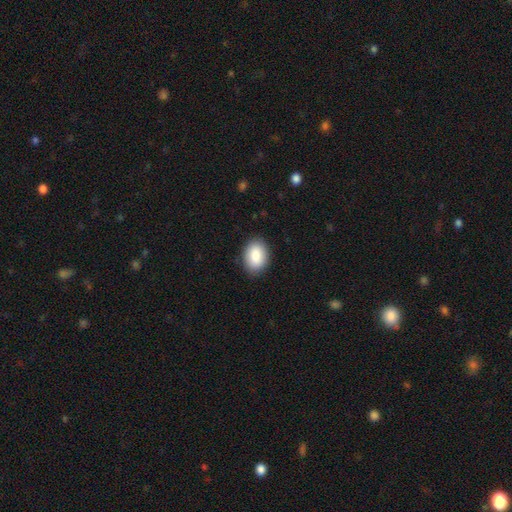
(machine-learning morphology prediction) Overall: smooth (87%). How rounded: in between (83%). Merging: none (88%).